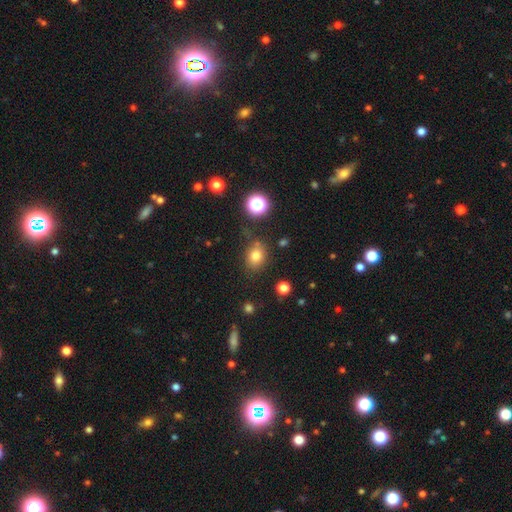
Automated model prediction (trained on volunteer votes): Smooth or featured? Predicted: smooth (p=0.77). How rounded? Predicted: round (p=0.53). Merging? Predicted: none (p=0.73).